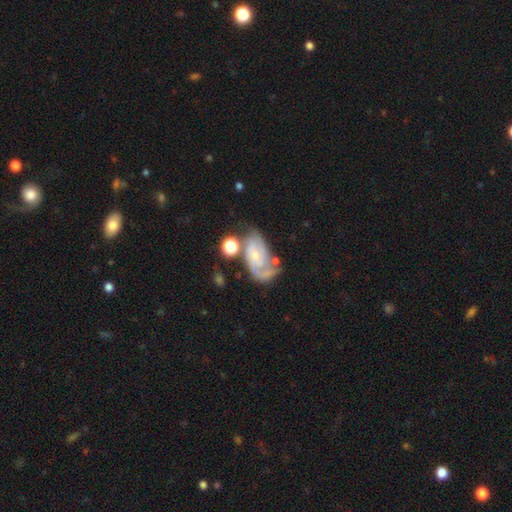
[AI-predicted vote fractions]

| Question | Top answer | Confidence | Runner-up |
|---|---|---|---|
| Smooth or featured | featured or disk | 75% | smooth (18%) |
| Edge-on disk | no | 96% | yes (4%) |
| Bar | no | 66% | weak (28%) |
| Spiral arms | yes | 89% | no (11%) |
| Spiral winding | tight | 44% | medium (39%) |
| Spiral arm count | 2 | 49% | can't tell (22%) |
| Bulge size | small | 69% | moderate (21%) |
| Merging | none | 39% | minor disturbance (23%) |